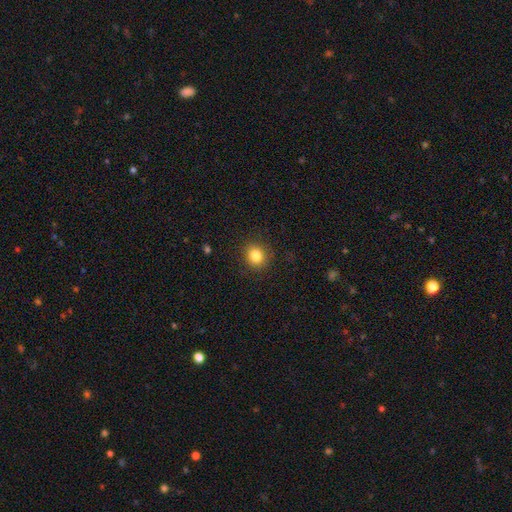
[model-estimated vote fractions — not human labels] smooth-or-featured: smooth: 83% | star or artifact: 11% | featured or disk: 5%
  how-rounded: round: 80% | in between: 19% | cigar-shaped: 1%
  merging: none: 88% | minor disturbance: 8% | major disturbance: 3% | merger: 1%